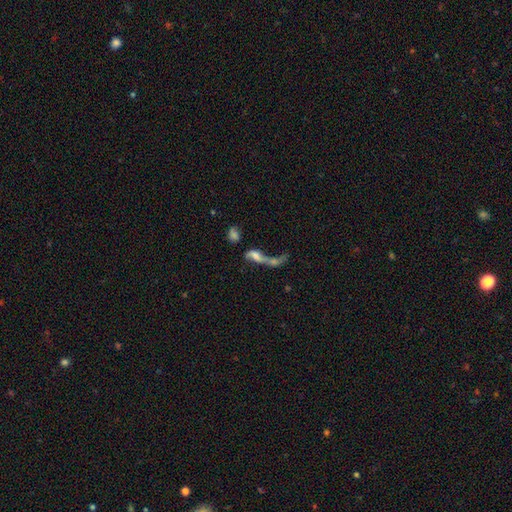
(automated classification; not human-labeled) Morphology: type=featured or disk (47%); merging=merger (64%).